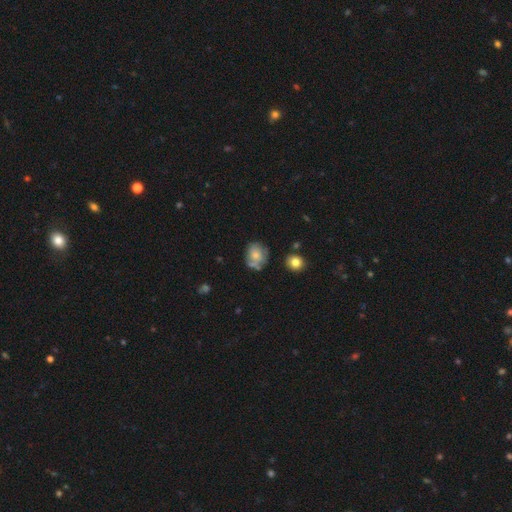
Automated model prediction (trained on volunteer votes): Smooth or featured?
  - smooth: 62% *
  - featured or disk: 29%
  - star or artifact: 10%
How rounded?
  - round: 60% *
  - in between: 39%
  - cigar-shaped: 1%
Merging?
  - none: 53% *
  - minor disturbance: 27%
  - merger: 11%
  - major disturbance: 10%